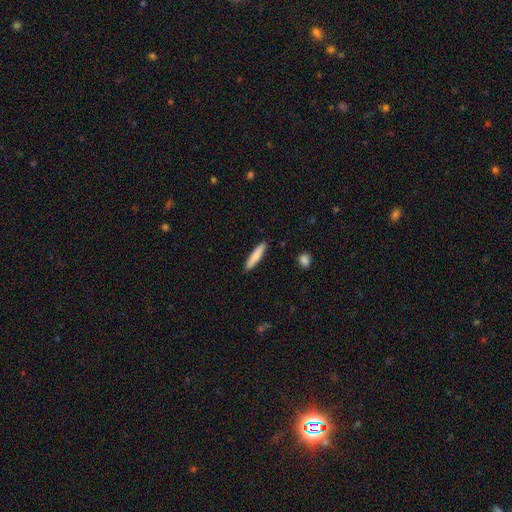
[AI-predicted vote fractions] This appears to be a smooth galaxy with no disk features (80%) that is cigar-shaped (87%). Merging: none (90%).